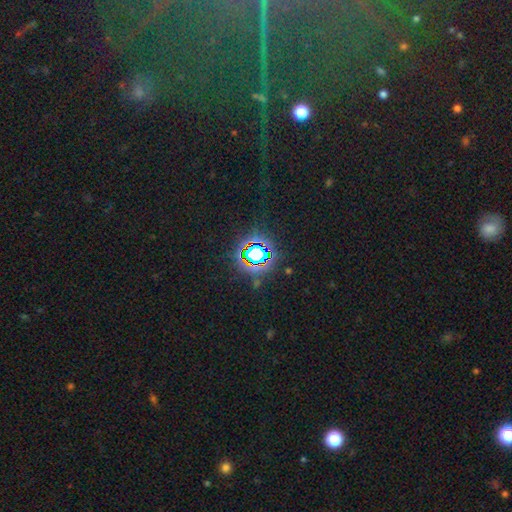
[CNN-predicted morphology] star or artifact 73%, smooth 16%, featured or disk 10%.